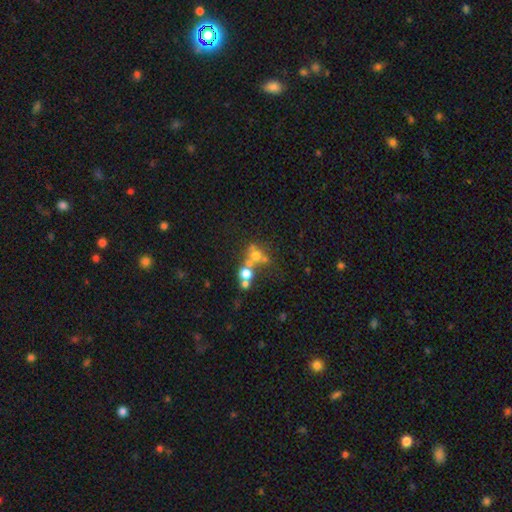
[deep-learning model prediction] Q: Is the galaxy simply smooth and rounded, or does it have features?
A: smooth — 54%.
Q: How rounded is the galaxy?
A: round — 78%.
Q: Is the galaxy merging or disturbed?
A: merger — 47%.